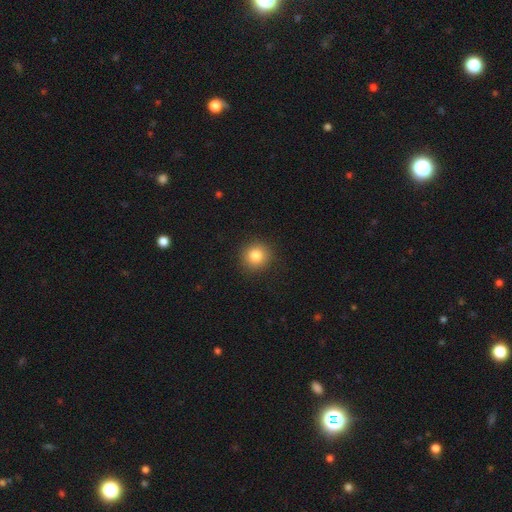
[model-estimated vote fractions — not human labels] smooth-or-featured: smooth: 82% | star or artifact: 11% | featured or disk: 7%
  how-rounded: round: 92% | in between: 7% | cigar-shaped: 1%
  merging: none: 91% | minor disturbance: 6% | major disturbance: 2% | merger: 1%